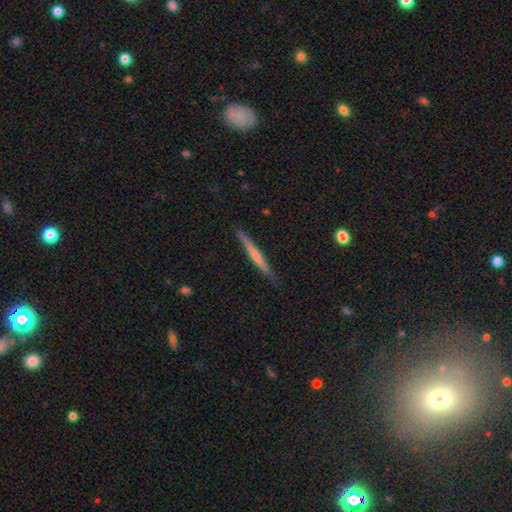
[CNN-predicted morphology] A smooth galaxy with no disk features (51%) that is cigar-shaped (96%). Merging: none (88%).